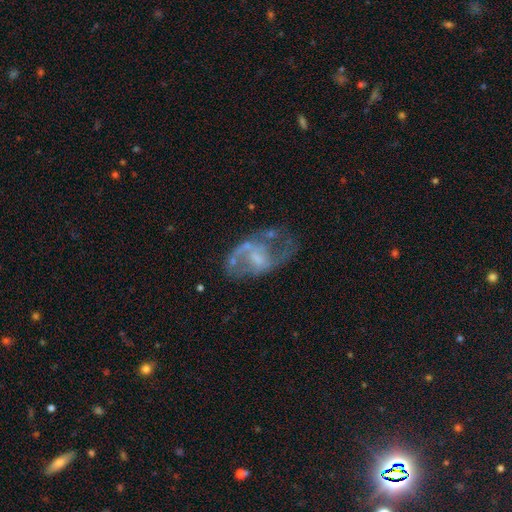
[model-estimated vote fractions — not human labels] Smooth or featured?
  - featured or disk: 74% *
  - smooth: 17%
  - star or artifact: 9%
Edge-on disk?
  - no: 96% *
  - yes: 4%
Bar?
  - no: 49% *
  - weak: 42%
  - strong: 10%
Spiral arms?
  - yes: 65% *
  - no: 35%
Bulge size?
  - small: 36% *
  - none: 30%
  - moderate: 28%
  - large: 4%
  - dominant: 1%
Merging?
  - none: 44% *
  - major disturbance: 28%
  - minor disturbance: 21%
  - merger: 7%